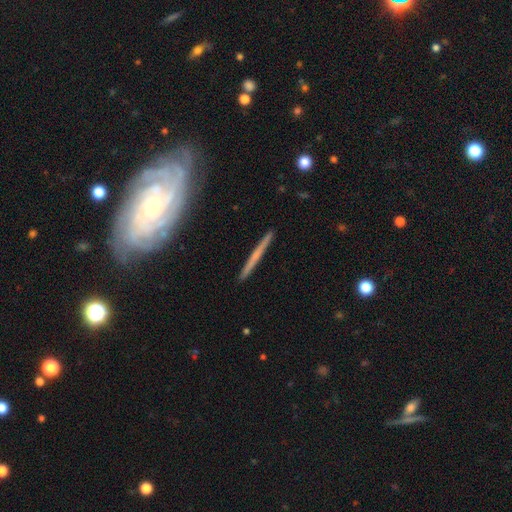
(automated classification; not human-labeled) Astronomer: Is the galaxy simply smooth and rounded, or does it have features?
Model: featured or disk — 63%.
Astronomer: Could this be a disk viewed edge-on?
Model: yes — 86%.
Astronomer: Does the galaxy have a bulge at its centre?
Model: none — 73%.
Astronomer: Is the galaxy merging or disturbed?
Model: none — 86%.